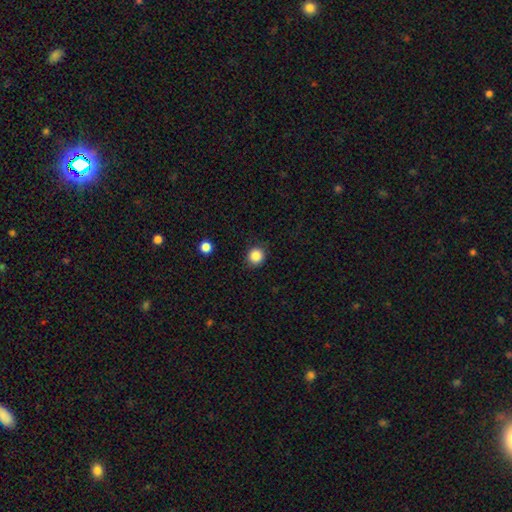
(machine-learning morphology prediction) The model was most divided on "smooth or featured": smooth: 86%, star or artifact: 11%, featured or disk: 4%. More confident: how rounded — round (90%); merging — none (88%).